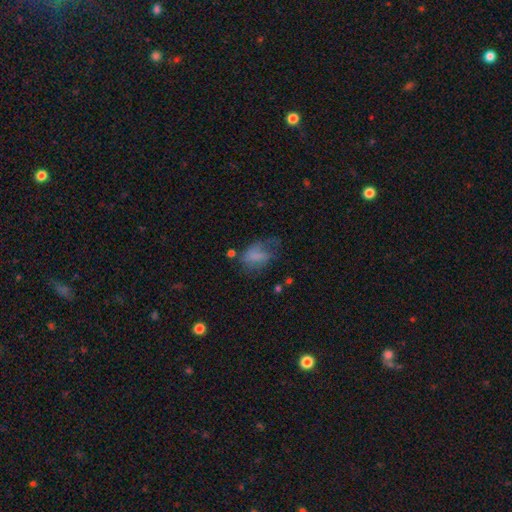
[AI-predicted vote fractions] Overall: smooth (62%; featured or disk 27%). How rounded: in between (79%). Merging: major disturbance (38%; none 29%).